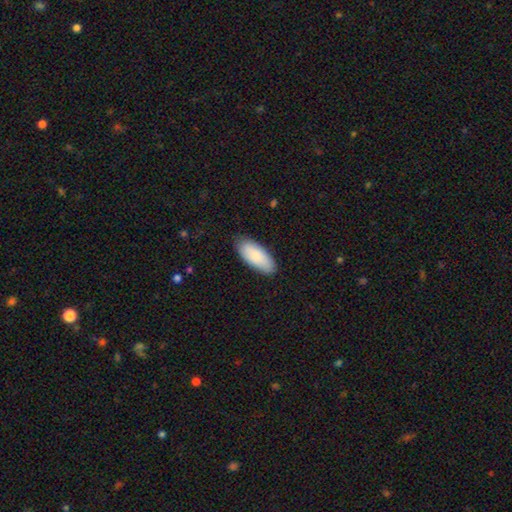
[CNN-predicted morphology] Overall: smooth (83%). How rounded: in between (85%). Merging: none (84%).